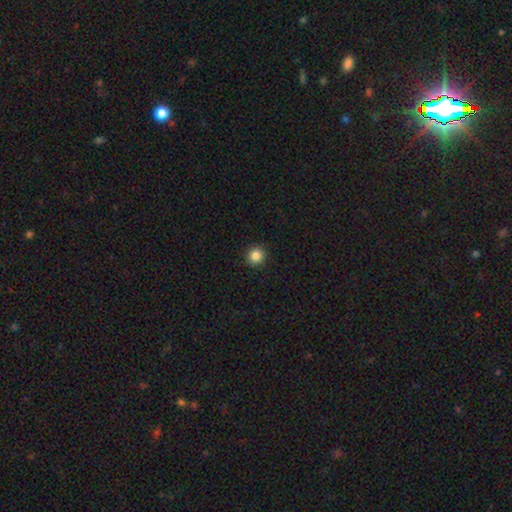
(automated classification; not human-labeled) This is clearly a smooth galaxy (85%). How rounded: clearly round (93%). Merging: clearly none (93%).